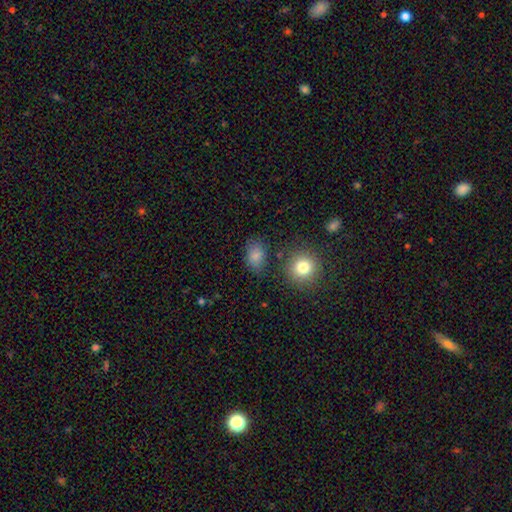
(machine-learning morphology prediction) Q: Smooth or featured?
A: smooth (82%); runner-up: star or artifact (12%)
Q: How rounded?
A: in between (66%); runner-up: round (33%)
Q: Merging?
A: none (74%); runner-up: minor disturbance (16%)